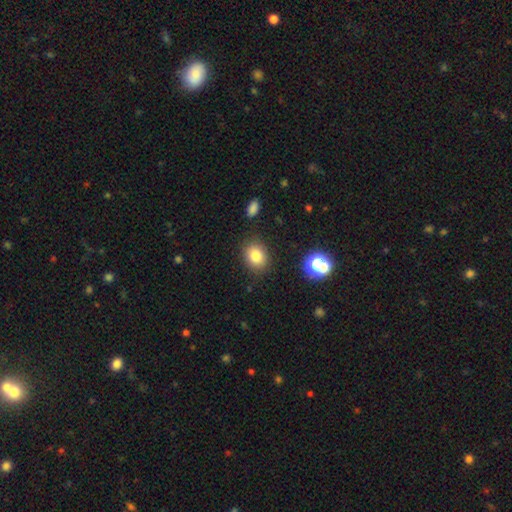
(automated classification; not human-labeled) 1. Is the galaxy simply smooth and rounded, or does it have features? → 82% smooth, 11% star or artifact, 7% featured or disk.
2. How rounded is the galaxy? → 51% in between, 48% round, 1% cigar-shaped.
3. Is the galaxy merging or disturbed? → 85% none, 10% minor disturbance, 3% major disturbance, 2% merger.